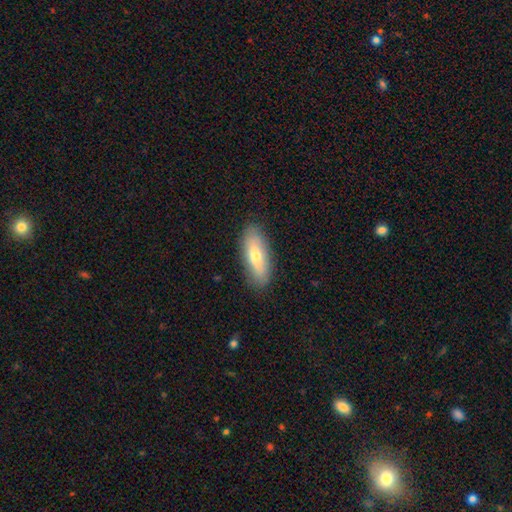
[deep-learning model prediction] Morphology: type=smooth (65%); roundness=in between (61%); merging=none (87%).